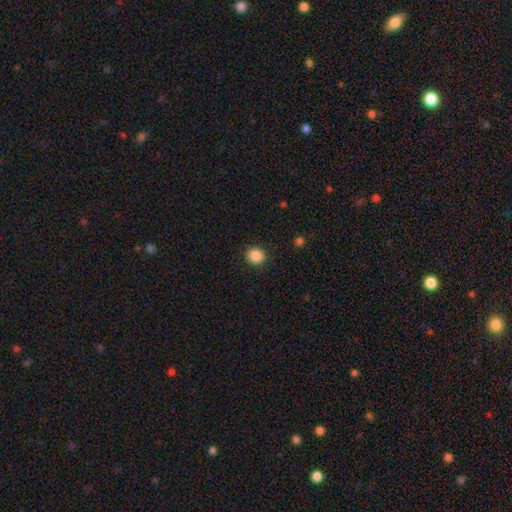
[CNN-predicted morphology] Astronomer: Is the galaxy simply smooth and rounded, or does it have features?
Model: smooth — 87%.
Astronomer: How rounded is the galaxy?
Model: round — 80%.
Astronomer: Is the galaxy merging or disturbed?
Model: none — 90%.